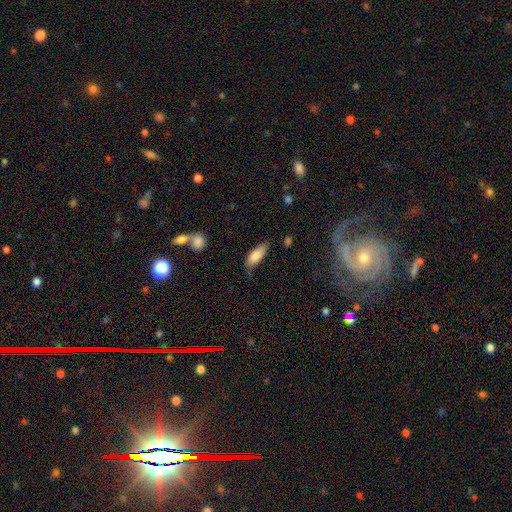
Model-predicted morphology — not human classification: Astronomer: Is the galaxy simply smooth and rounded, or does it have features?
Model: smooth — 83%.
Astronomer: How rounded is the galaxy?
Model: in between — 75%.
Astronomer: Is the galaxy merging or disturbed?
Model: none — 66%.